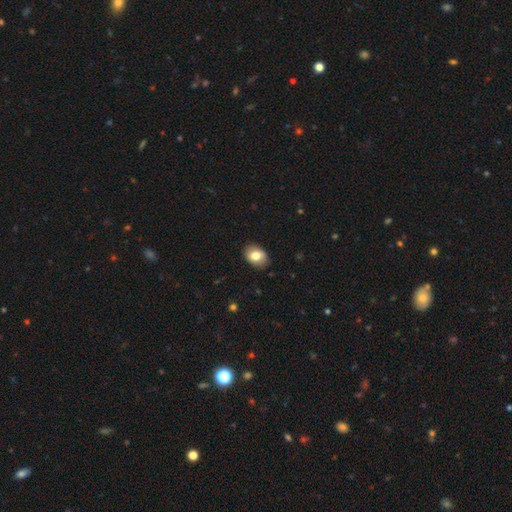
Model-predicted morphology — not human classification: smooth-or-featured: smooth: 77% | featured or disk: 15% | star or artifact: 8%
  how-rounded: in between: 75% | round: 24% | cigar-shaped: 1%
  merging: none: 86% | minor disturbance: 11% | major disturbance: 2% | merger: 1%